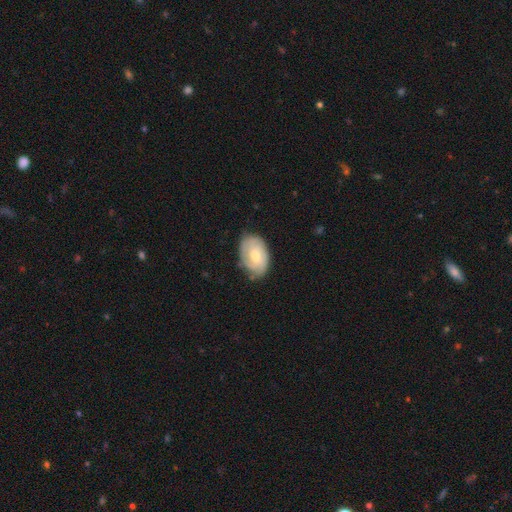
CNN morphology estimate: featured or disk 53%, smooth 41%, star or artifact 6%. Down the decision tree: edge-on disk — no (95%); bar — no (62%); spiral arms — yes (73%); bulge size — moderate (63%); merging — none (71%).